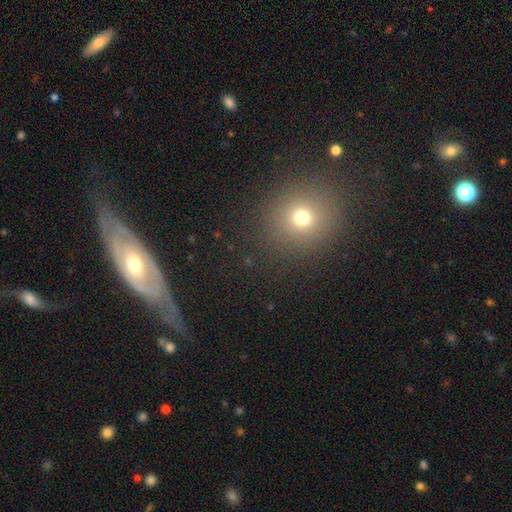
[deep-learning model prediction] smooth_or_featured: smooth (p=0.43) [alt: featured or disk p=0.36]
merging: none (p=0.80) [alt: minor disturbance p=0.12]